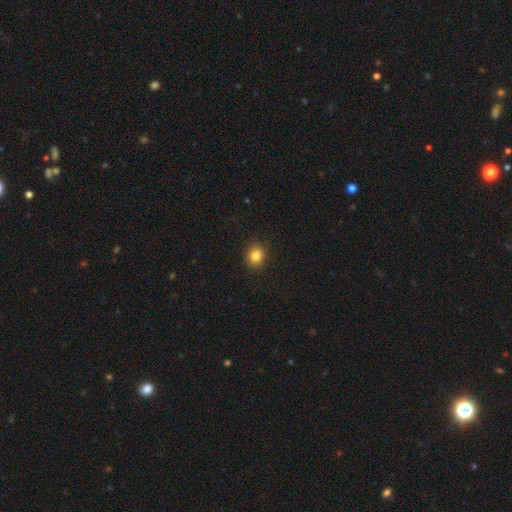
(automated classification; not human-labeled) smooth-or-featured: smooth: 84% | star or artifact: 11% | featured or disk: 5%
  how-rounded: round: 70% | in between: 29% | cigar-shaped: 1%
  merging: none: 90% | minor disturbance: 7% | major disturbance: 2% | merger: 1%